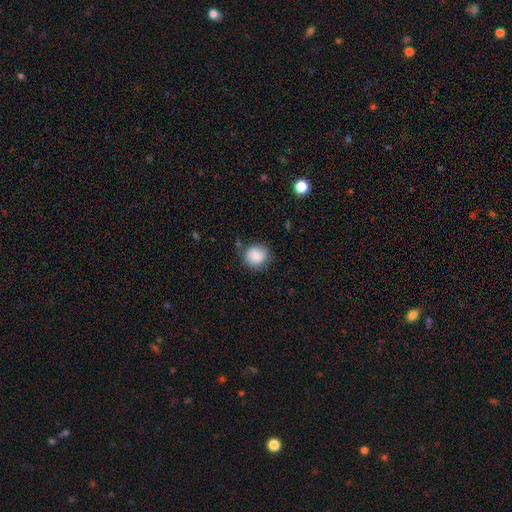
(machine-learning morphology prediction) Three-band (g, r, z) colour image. It shows a smooth galaxy with no disk features (86%) that is round (81%). Merging: none (77%).